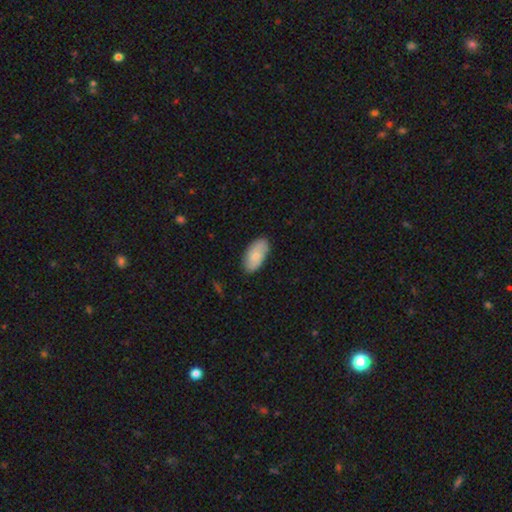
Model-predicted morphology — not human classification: Smooth or featured? smooth (76%)
How rounded? in between (94%)
Merging? none (84%)